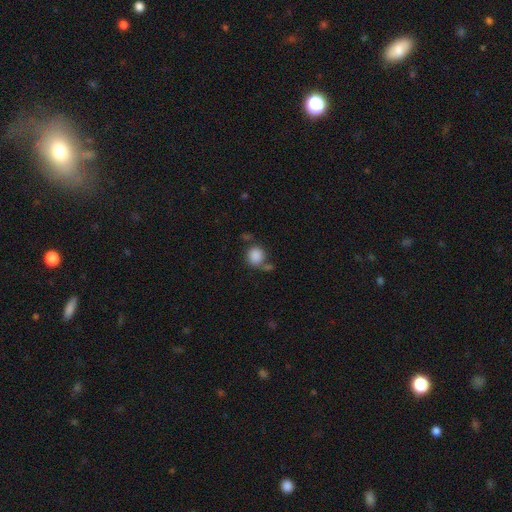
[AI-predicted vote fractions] Smooth or featured? Predicted: smooth (p=0.87). How rounded? Predicted: round (p=0.84). Merging? Predicted: none (p=0.61).